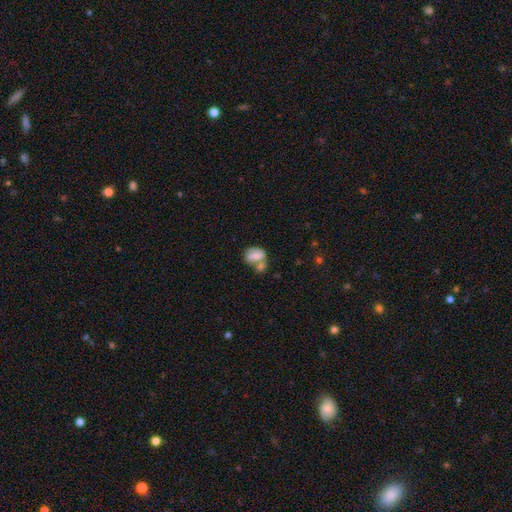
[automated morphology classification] The model was most divided on "merging": merger: 50%, none: 28%, minor disturbance: 14%, major disturbance: 8%. More confident: how rounded — in between (68%); smooth or featured — smooth (63%).